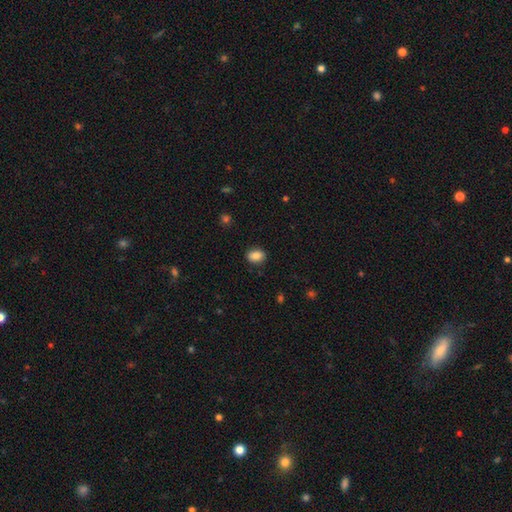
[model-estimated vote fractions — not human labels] Overall: smooth (85%). How rounded: in between (71%). Merging: none (87%).